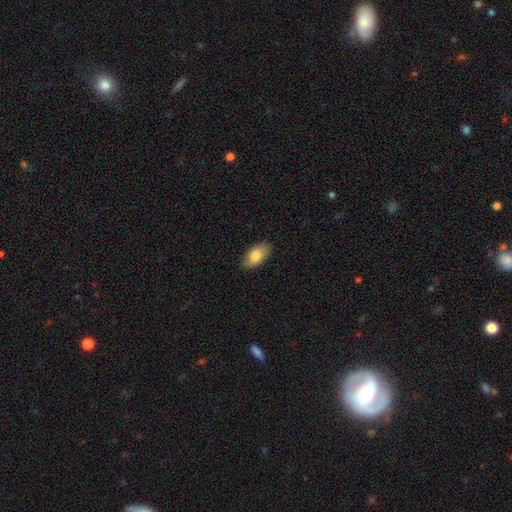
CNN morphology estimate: Smooth or featured: smooth — 81% (featured or disk — 13%)
How rounded: in between — 94% (cigar-shaped — 3%)
Merging: none — 86% (minor disturbance — 11%)